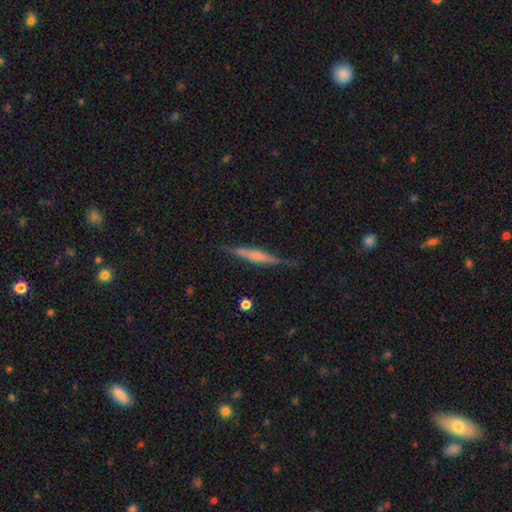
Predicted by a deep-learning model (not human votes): A featured or disk galaxy (60%) viewed edge-on (96%) with a rounded central bulge (51%).

Vote fractions:
- Smooth or featured? featured or disk: 60% / smooth: 33% / star or artifact: 7%
- Edge-on disk? yes: 96% / no: 4%
- Edge-on bulge? rounded: 51% / none: 28% / boxy: 22%
- Merging? none: 83% / minor disturbance: 13% / major disturbance: 3% / merger: 2%